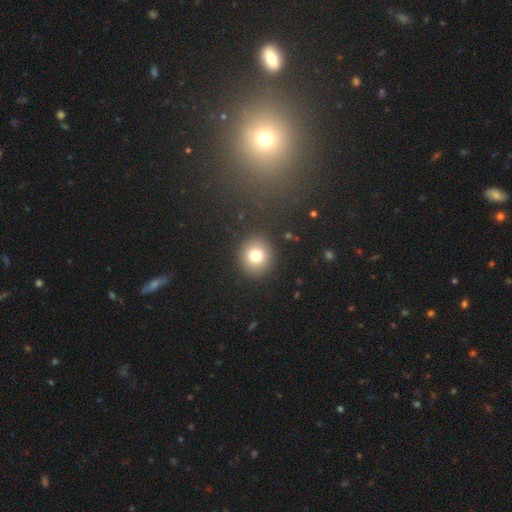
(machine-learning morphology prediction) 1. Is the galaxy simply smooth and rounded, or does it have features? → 77% smooth, 13% star or artifact, 10% featured or disk.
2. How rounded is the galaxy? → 90% round, 9% in between, 1% cigar-shaped.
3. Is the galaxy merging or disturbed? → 90% none, 6% minor disturbance, 3% major disturbance, 2% merger.